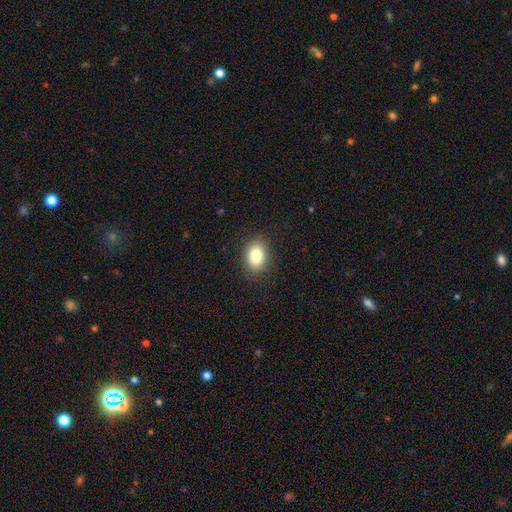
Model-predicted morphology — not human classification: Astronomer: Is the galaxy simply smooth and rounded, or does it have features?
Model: smooth — 82%.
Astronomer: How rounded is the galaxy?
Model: in between — 74%.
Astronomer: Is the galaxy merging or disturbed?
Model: none — 86%.